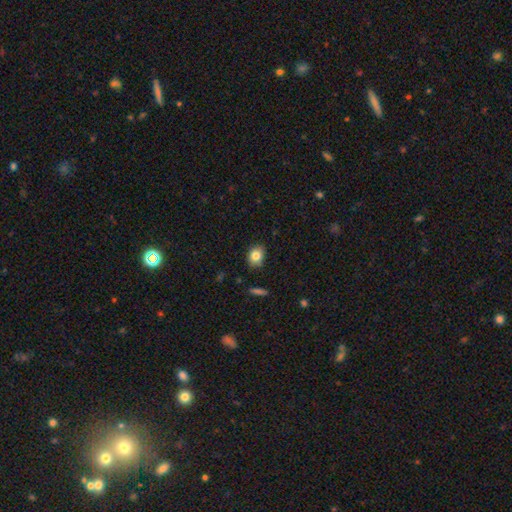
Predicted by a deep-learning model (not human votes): Smooth or featured: smooth — 82% (star or artifact — 10%)
How rounded: in between — 53% (round — 45%)
Merging: none — 83% (minor disturbance — 13%)